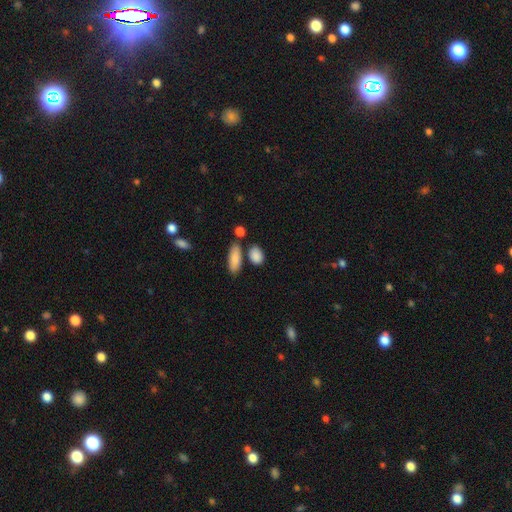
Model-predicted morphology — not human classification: This is clearly a smooth galaxy (87%). How rounded: likely in between (77%). Merging: likely none (70%).